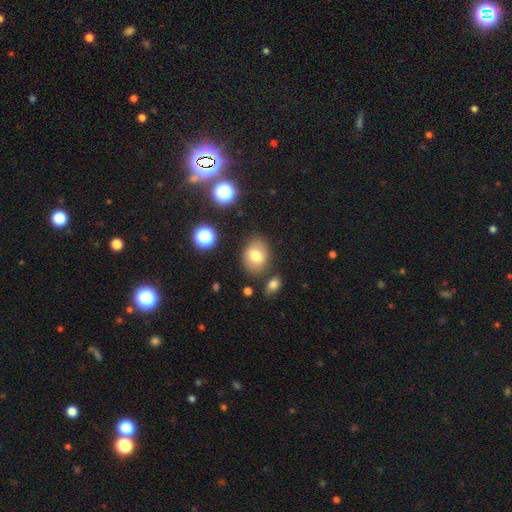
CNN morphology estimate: The model was most divided on "how rounded": in between: 64%, round: 35%, cigar-shaped: 1%. More confident: merging — none (79%); smooth or featured — smooth (75%).